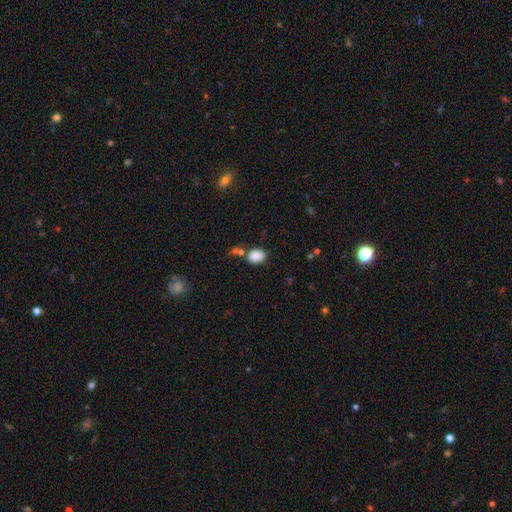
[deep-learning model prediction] This appears to be a smooth galaxy with no disk features (86%) that is in between round and cigar-shaped (67%). Merging: none (62%).